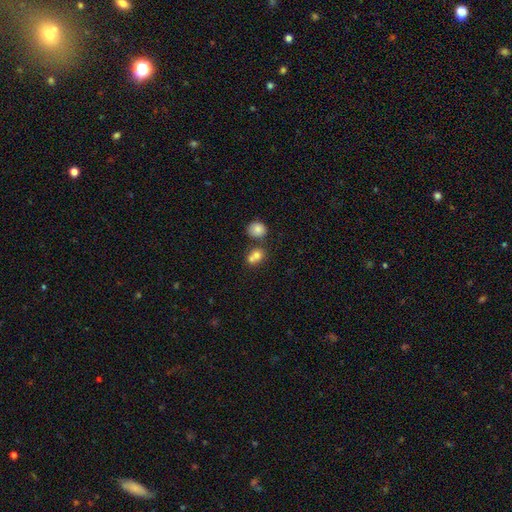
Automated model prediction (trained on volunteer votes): Smooth or featured: smooth — 76% (featured or disk — 13%)
How rounded: round — 69% (in between — 30%)
Merging: merger — 52% (none — 36%)